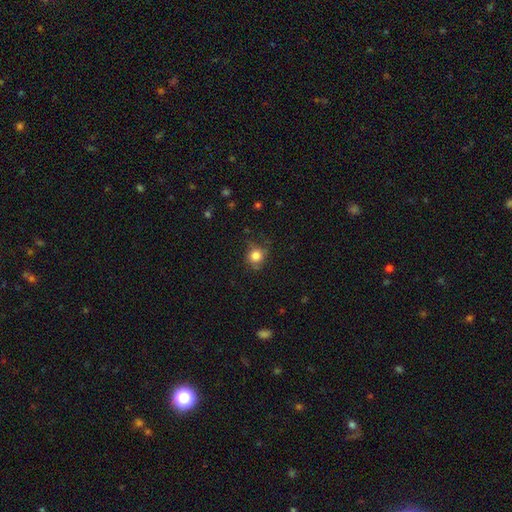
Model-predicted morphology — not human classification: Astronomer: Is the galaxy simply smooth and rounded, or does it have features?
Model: smooth — 80%.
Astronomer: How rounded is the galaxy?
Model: round — 85%.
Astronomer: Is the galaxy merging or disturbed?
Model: none — 68%.